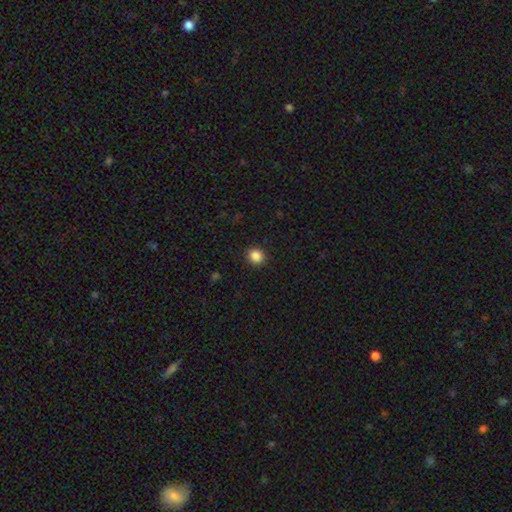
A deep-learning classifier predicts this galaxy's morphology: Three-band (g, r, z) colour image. It shows a smooth galaxy with no disk features (86%) that is round (88%). Merging: none (92%).